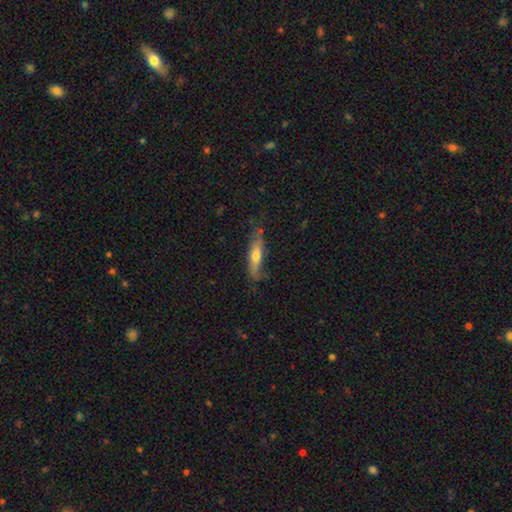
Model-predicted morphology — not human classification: Smooth or featured?
  - smooth: 58% *
  - featured or disk: 36%
  - star or artifact: 6%
How rounded?
  - cigar-shaped: 70% *
  - in between: 28%
  - round: 2%
Merging?
  - none: 66% *
  - minor disturbance: 25%
  - major disturbance: 7%
  - merger: 2%